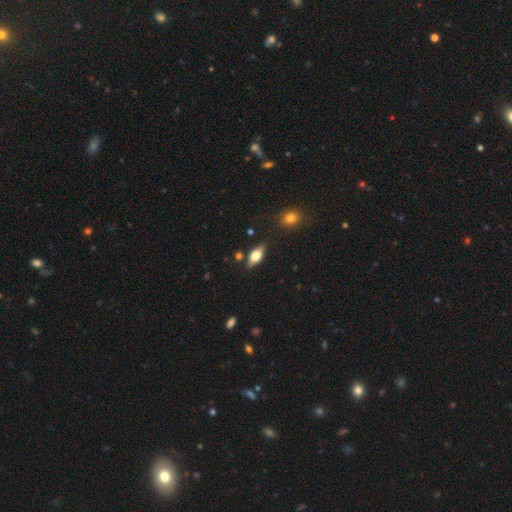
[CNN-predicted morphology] smooth 58%, featured or disk 34%, star or artifact 7%. Down the decision tree: how rounded — in between (80%); merging — none (80%).